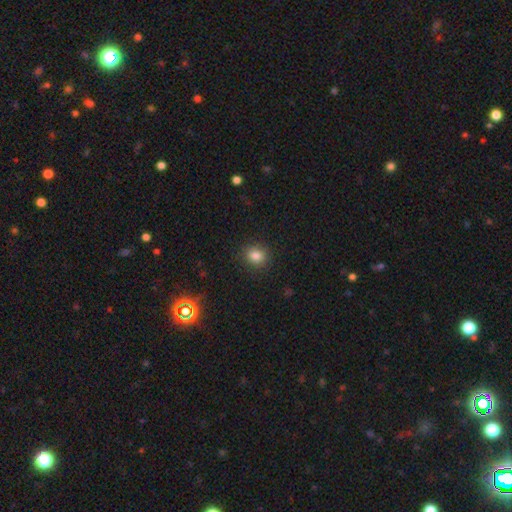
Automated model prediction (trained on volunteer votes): Smooth or featured? Predicted: smooth (p=0.83). How rounded? Predicted: round (p=0.65). Merging? Predicted: none (p=0.88).